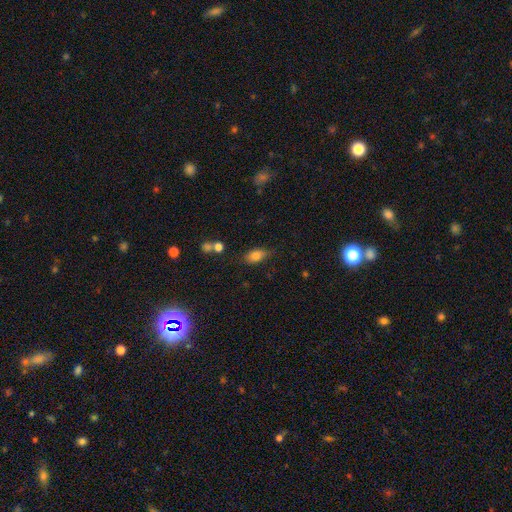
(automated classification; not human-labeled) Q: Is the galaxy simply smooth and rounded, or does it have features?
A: smooth — 80%.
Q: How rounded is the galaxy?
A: in between — 85%.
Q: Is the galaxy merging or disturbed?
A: none — 68%.